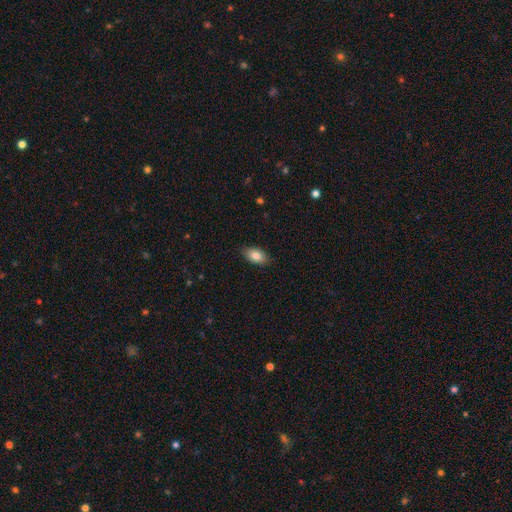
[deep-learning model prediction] Smooth or featured? Predicted: smooth (p=0.83). How rounded? Predicted: in between (p=0.92). Merging? Predicted: none (p=0.86).